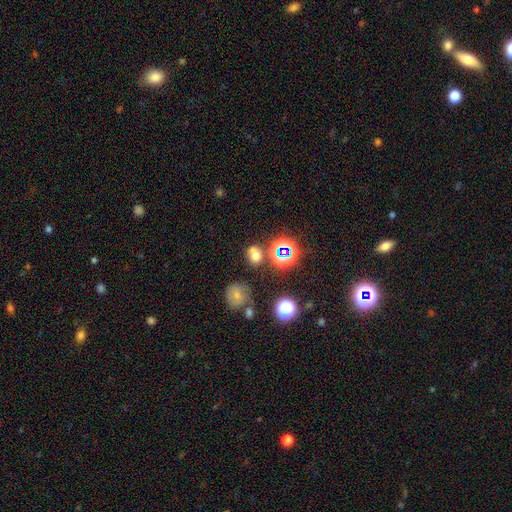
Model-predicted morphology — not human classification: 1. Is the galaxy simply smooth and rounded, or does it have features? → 61% smooth, 30% star or artifact, 9% featured or disk.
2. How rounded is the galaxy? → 60% round, 39% in between, 1% cigar-shaped.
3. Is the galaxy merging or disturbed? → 63% none, 16% merger, 14% minor disturbance, 7% major disturbance.